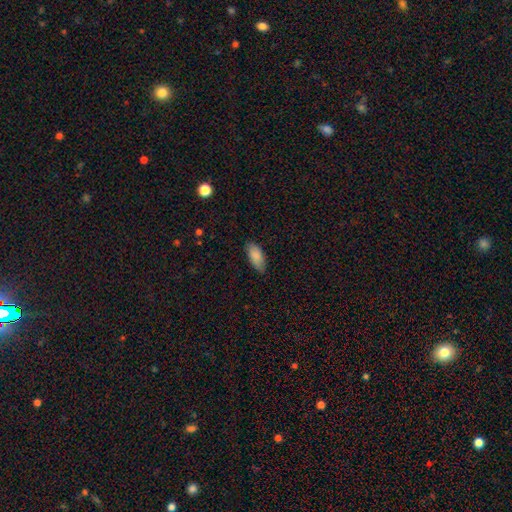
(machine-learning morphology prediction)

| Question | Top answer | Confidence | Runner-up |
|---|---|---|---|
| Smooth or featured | smooth | 88% | star or artifact (6%) |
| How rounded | in between | 87% | cigar-shaped (11%) |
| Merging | none | 80% | minor disturbance (16%) |